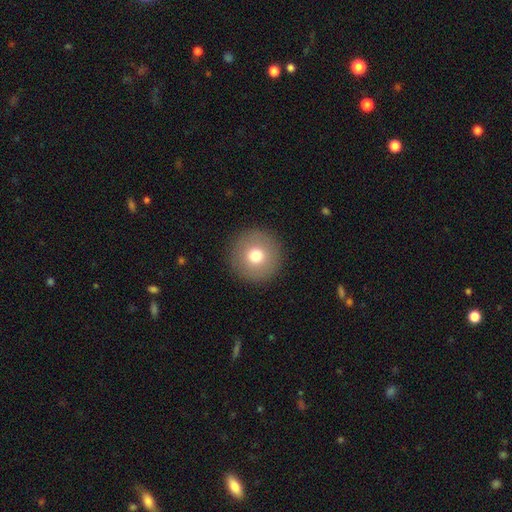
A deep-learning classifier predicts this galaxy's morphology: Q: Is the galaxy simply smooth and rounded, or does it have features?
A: smooth — 75%.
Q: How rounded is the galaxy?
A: round — 97%.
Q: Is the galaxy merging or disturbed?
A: none — 92%.